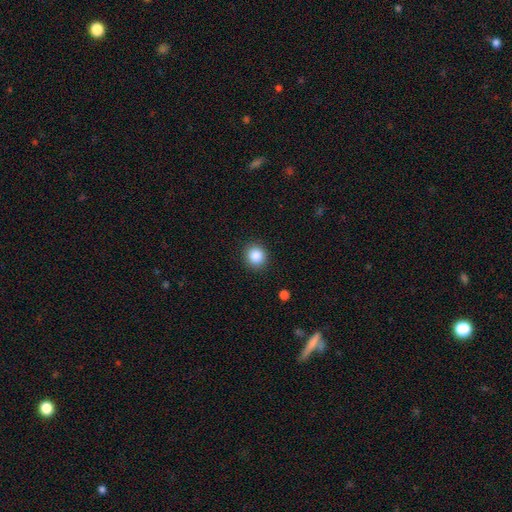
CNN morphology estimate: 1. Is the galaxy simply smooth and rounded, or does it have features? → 86% smooth, 9% star or artifact, 4% featured or disk.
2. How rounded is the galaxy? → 87% round, 13% in between, 1% cigar-shaped.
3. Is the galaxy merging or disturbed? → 90% none, 7% minor disturbance, 2% major disturbance, 1% merger.